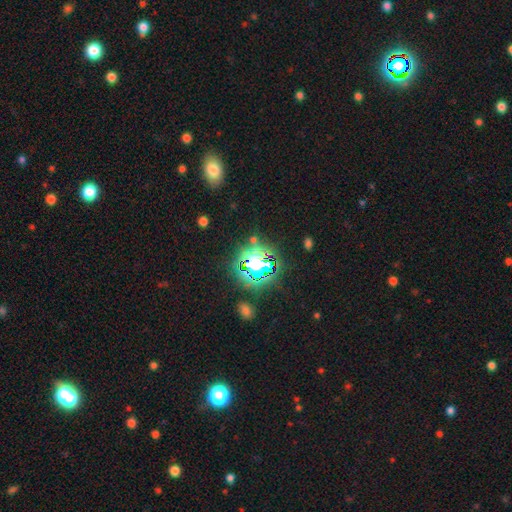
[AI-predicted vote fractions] Morphology: type=star or artifact (77%).